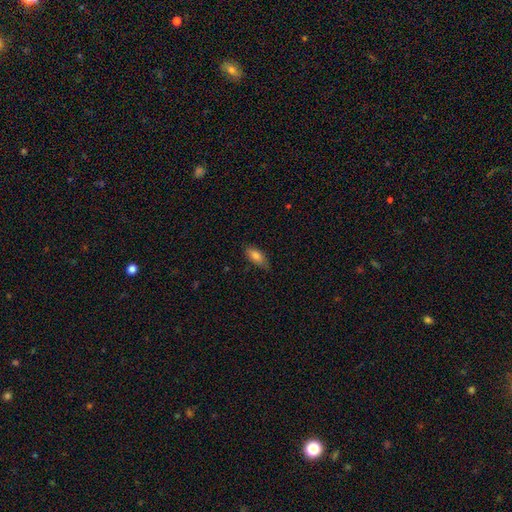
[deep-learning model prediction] The model was most divided on "merging": none: 75%, minor disturbance: 21%, major disturbance: 3%, merger: 1%. More confident: how rounded — in between (84%); smooth or featured — smooth (81%).